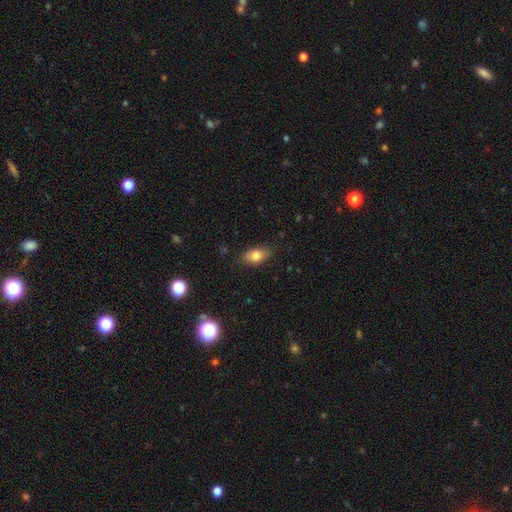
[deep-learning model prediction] This appears to be a smooth galaxy with no disk features (76%) that is in between round and cigar-shaped (83%). Merging: none (80%).